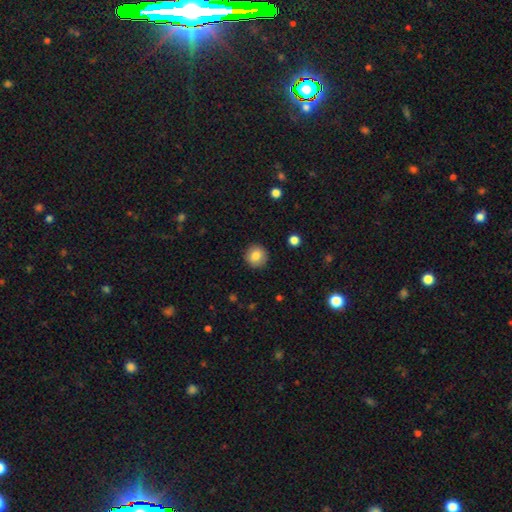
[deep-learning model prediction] Smooth or featured?
  - smooth: 83% *
  - star or artifact: 9%
  - featured or disk: 8%
How rounded?
  - round: 94% *
  - in between: 5%
  - cigar-shaped: 1%
Merging?
  - none: 91% *
  - minor disturbance: 6%
  - major disturbance: 2%
  - merger: 1%